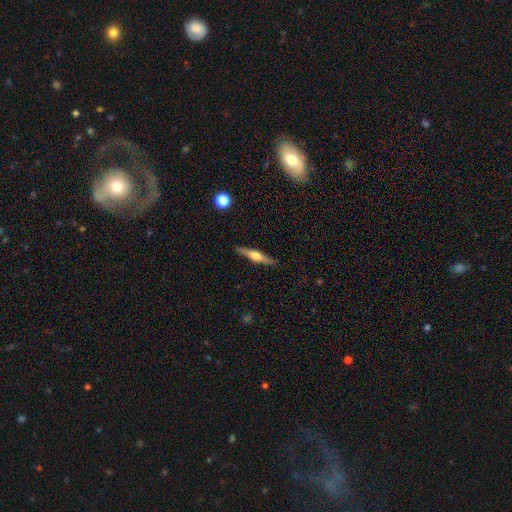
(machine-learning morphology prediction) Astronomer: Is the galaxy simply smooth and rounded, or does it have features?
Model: featured or disk — 72%.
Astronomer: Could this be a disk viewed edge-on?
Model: yes — 98%.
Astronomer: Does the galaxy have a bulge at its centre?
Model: rounded — 89%.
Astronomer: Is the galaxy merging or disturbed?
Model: none — 90%.